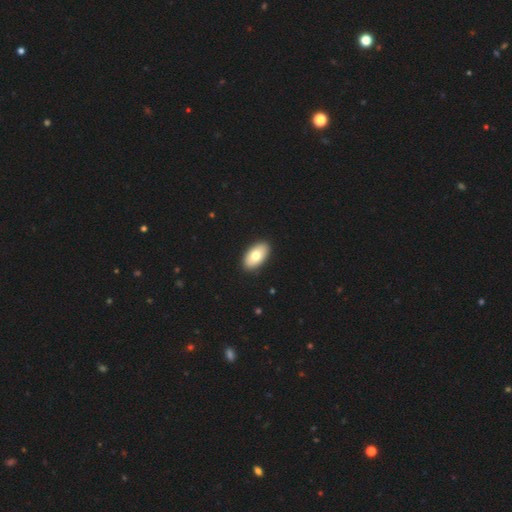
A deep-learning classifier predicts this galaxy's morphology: Smooth or featured? smooth (75%)
How rounded? in between (95%)
Merging? none (91%)